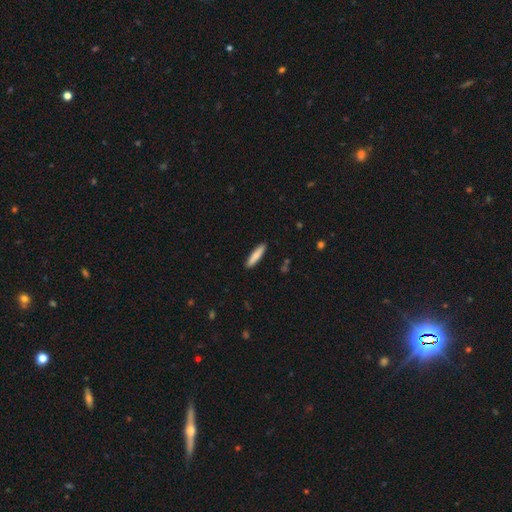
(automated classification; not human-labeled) A smooth galaxy with no disk features (80%) that is cigar-shaped (84%).

Vote fractions:
- Smooth or featured? smooth: 80% / featured or disk: 14% / star or artifact: 6%
- How rounded? cigar-shaped: 84% / in between: 15% / round: 1%
- Merging? none: 90% / minor disturbance: 7% / major disturbance: 1% / merger: 1%